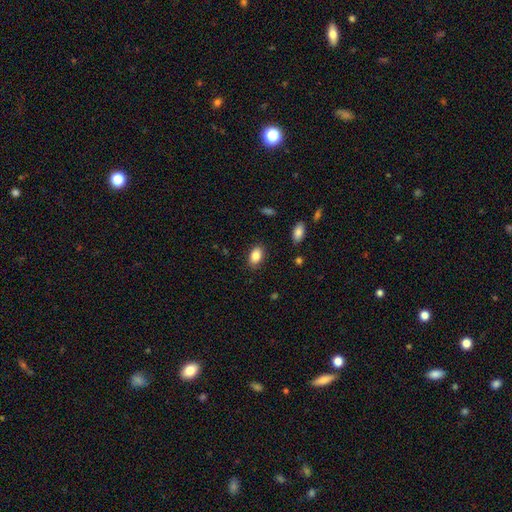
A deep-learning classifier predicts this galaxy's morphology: type=smooth (85%); roundness=in between (88%); merging=none (85%).